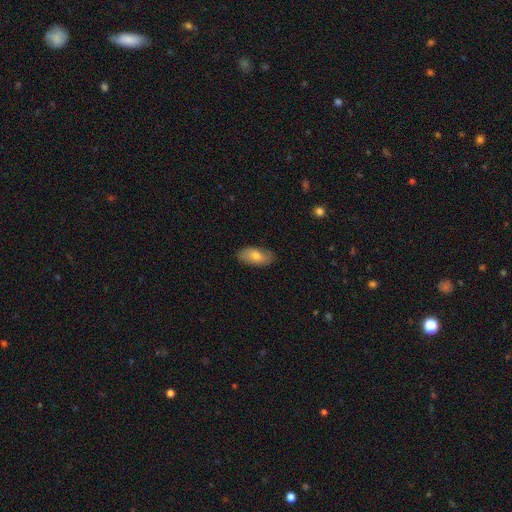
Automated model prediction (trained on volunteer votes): This is likely a smooth galaxy (68%). How rounded: clearly in between (91%). Merging: clearly none (82%).